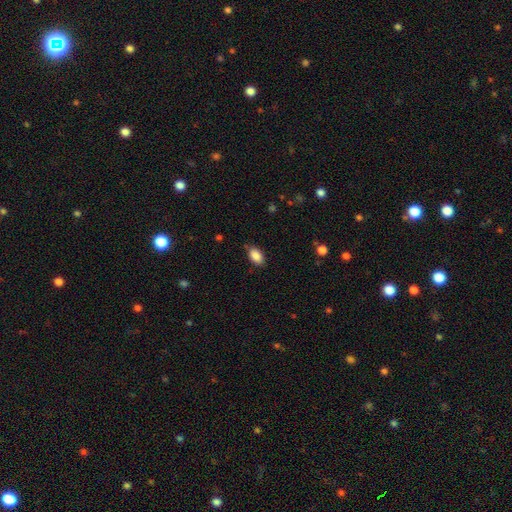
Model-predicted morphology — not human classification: A smooth galaxy with no disk features (88%) that is in between round and cigar-shaped (92%). Merging: none (82%).